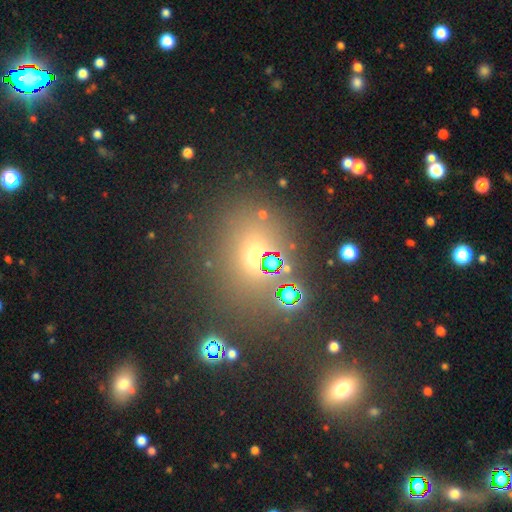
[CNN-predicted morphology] smooth_or_featured: smooth (p=0.48) [alt: star or artifact p=0.41]
merging: none (p=0.74) [alt: minor disturbance p=0.11]